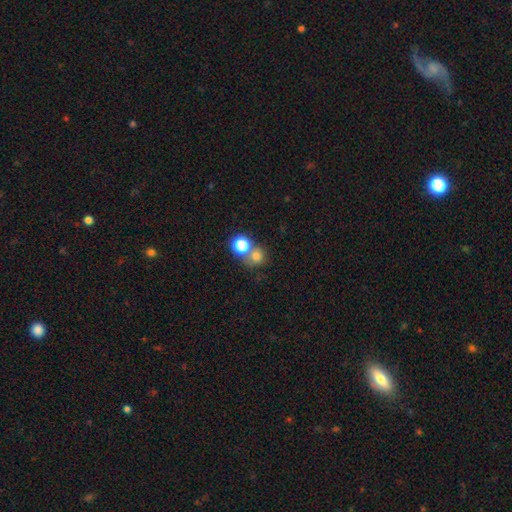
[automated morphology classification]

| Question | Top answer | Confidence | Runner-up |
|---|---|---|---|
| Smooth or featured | smooth | 75% | star or artifact (16%) |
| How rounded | round | 86% | in between (13%) |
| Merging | none | 49% | merger (40%) |